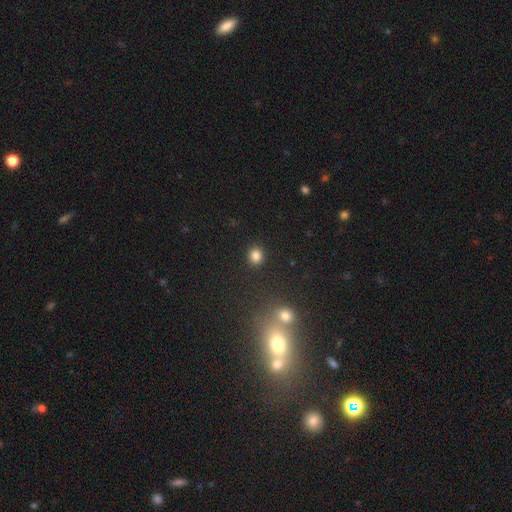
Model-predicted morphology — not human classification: type=smooth (84%); roundness=round (80%); merging=none (90%).